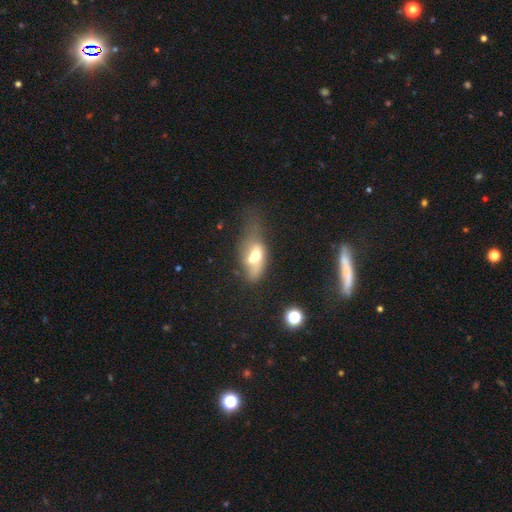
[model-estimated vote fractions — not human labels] Smooth or featured: smooth — 55% (featured or disk — 35%)
How rounded: in between — 80% (round — 10%)
Merging: merger — 45% (none — 20%)